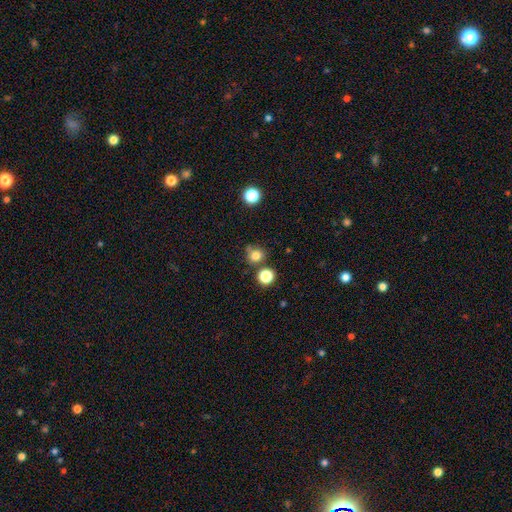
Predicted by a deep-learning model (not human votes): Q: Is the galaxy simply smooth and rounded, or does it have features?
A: smooth — 79%.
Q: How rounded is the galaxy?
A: round — 87%.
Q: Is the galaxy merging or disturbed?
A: none — 67%.